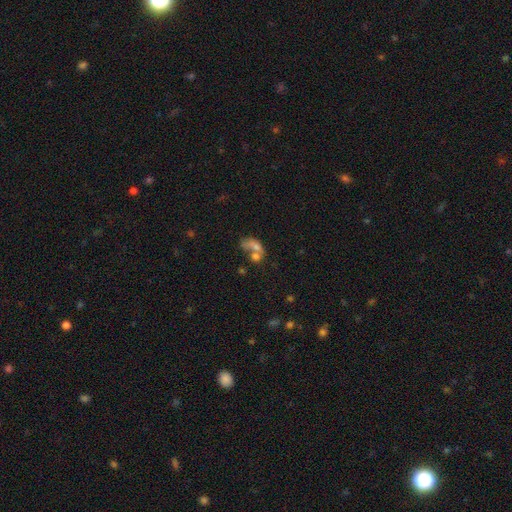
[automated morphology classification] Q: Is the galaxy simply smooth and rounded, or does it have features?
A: smooth — 56%.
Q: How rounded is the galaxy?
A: in between — 68%.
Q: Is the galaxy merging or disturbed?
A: merger — 57%.